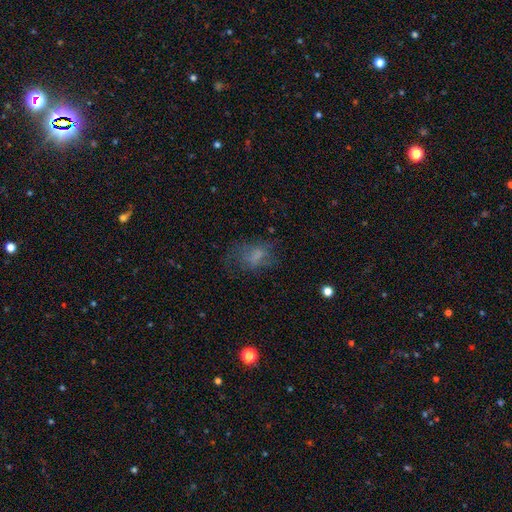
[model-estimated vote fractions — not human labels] smooth 54%, featured or disk 29%, star or artifact 17%. Down the decision tree: how rounded — in between (75%); merging — none (45%).